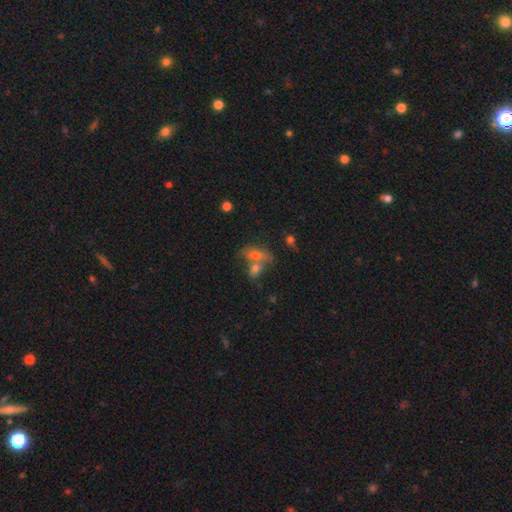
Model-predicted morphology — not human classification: Overall: smooth (58%; featured or disk 27%). How rounded: in between (70%). Merging: none (42%; merger 40%).